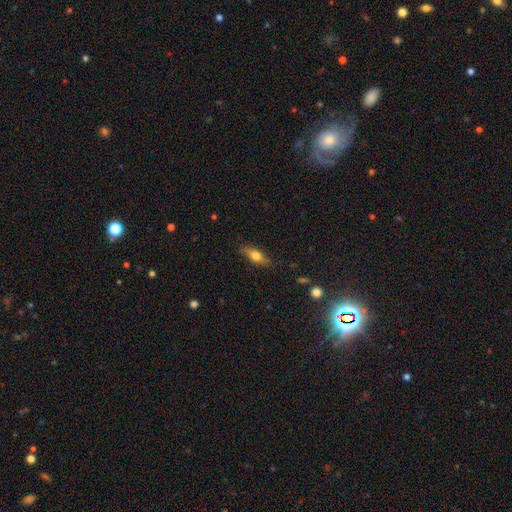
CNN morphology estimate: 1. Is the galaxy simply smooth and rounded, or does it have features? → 63% smooth, 30% featured or disk, 7% star or artifact.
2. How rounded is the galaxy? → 58% in between, 38% cigar-shaped, 4% round.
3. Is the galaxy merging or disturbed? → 80% none, 16% minor disturbance, 3% major disturbance, 1% merger.